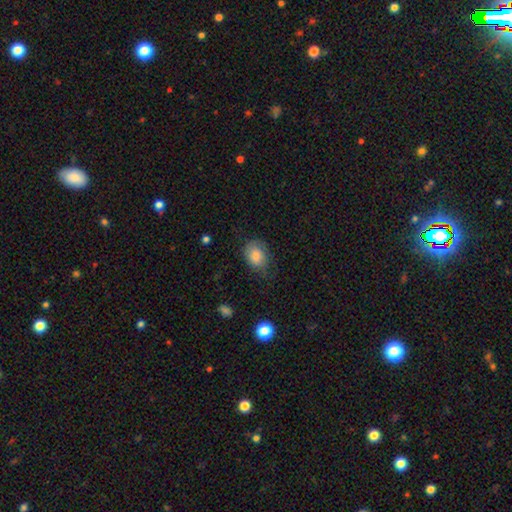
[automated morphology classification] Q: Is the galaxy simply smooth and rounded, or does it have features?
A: smooth — 81%.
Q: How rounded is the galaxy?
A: in between — 68%.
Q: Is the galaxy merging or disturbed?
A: none — 59%.